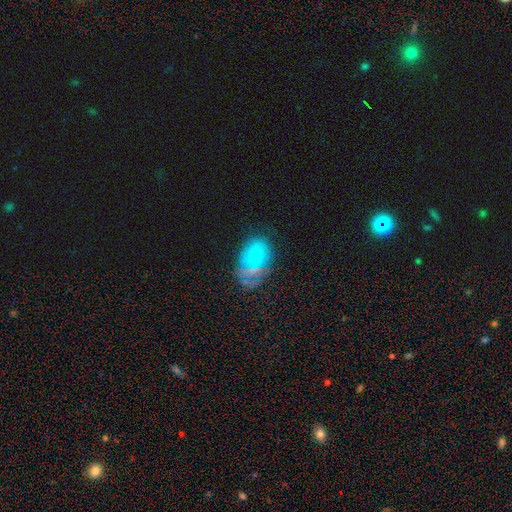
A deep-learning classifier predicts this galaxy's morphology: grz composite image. It shows a smooth galaxy with no disk features (46%). Merging: none (61%).